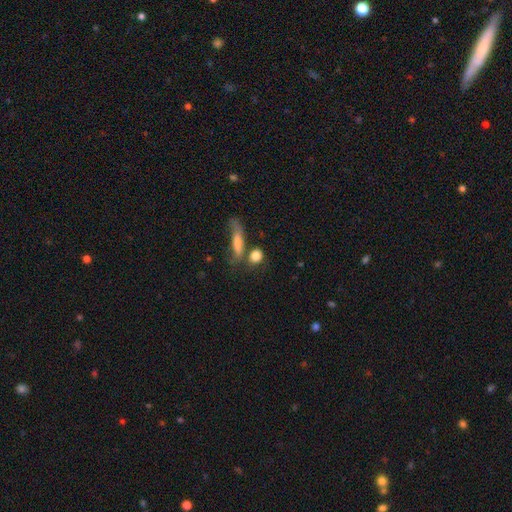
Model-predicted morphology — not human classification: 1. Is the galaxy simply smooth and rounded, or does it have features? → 81% smooth, 9% featured or disk, 9% star or artifact.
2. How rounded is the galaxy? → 61% round, 27% in between, 12% cigar-shaped.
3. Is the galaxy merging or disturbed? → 55% none, 23% merger, 14% minor disturbance, 8% major disturbance.